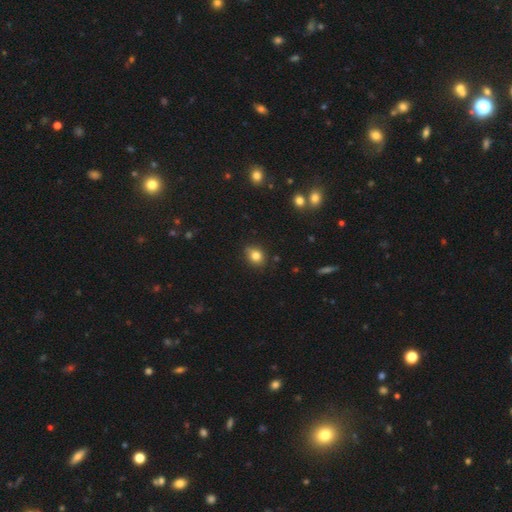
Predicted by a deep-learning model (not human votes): Morphology: type=smooth (81%); roundness=round (62%); merging=none (78%).